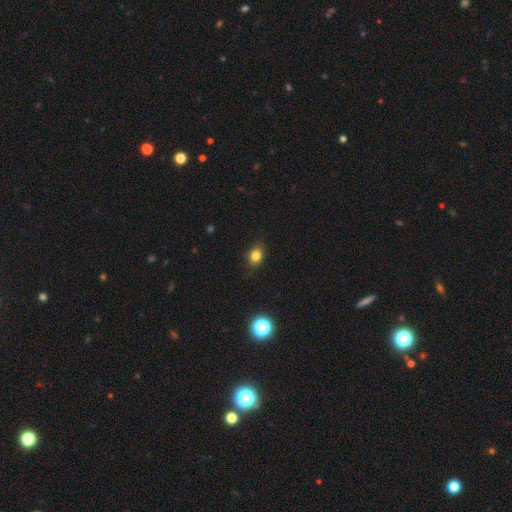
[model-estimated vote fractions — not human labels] A smooth galaxy with no disk features (81%) that is in between round and cigar-shaped (54%).

Vote fractions:
- Smooth or featured? smooth: 81% / star or artifact: 13% / featured or disk: 6%
- How rounded? in between: 54% / round: 45% / cigar-shaped: 1%
- Merging? none: 84% / minor disturbance: 12% / major disturbance: 3% / merger: 1%